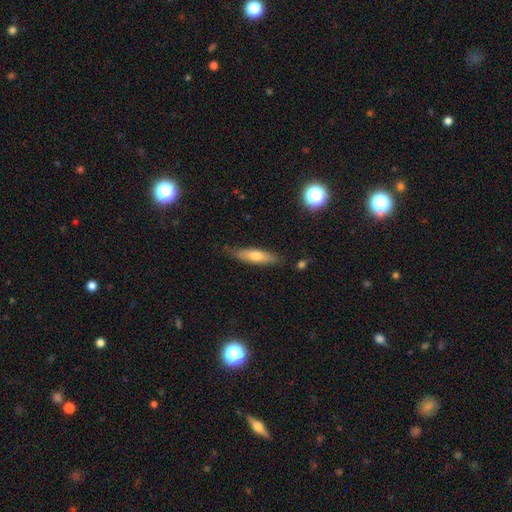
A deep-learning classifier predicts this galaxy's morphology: Q: Smooth or featured?
A: smooth (59%); runner-up: featured or disk (33%)
Q: How rounded?
A: cigar-shaped (72%); runner-up: in between (26%)
Q: Merging?
A: none (81%); runner-up: minor disturbance (14%)